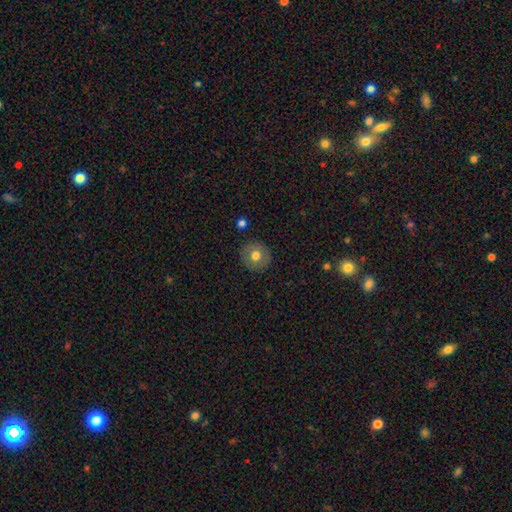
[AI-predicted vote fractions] Smooth or featured? smooth (70%)
How rounded? round (92%)
Merging? none (89%)